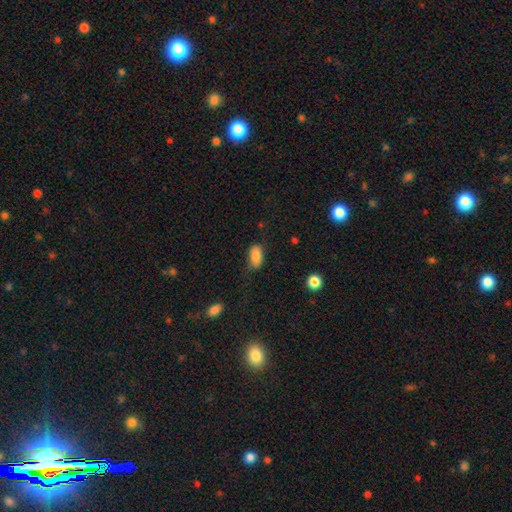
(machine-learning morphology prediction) Smooth or featured? Predicted: smooth (p=0.85). How rounded? Predicted: in between (p=0.92). Merging? Predicted: none (p=0.68).